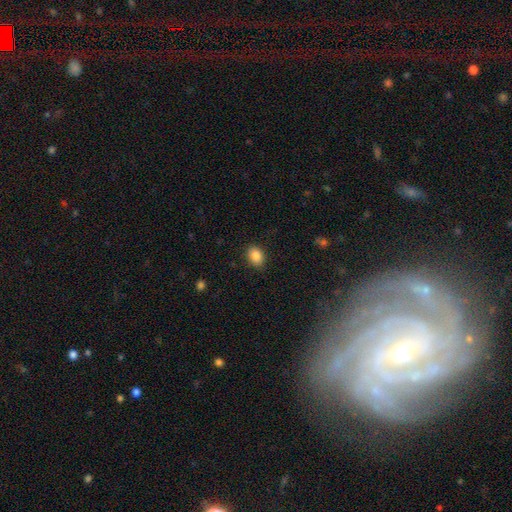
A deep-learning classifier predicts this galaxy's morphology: This appears to be a smooth galaxy with no disk features (86%) that is in between round and cigar-shaped (70%). Merging: none (87%).